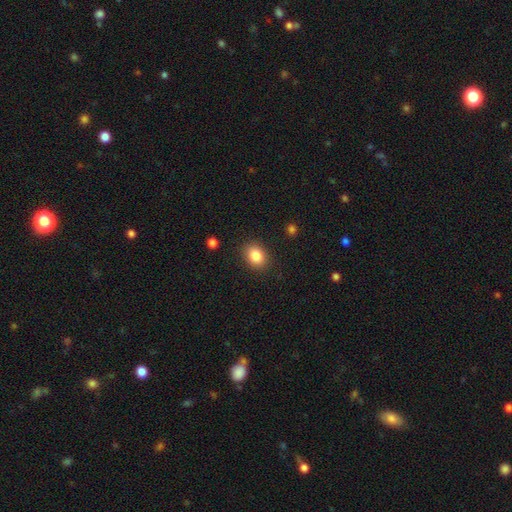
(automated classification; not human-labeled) Smooth or featured: smooth — 85% (star or artifact — 9%)
How rounded: in between — 62% (round — 37%)
Merging: none — 87% (minor disturbance — 9%)